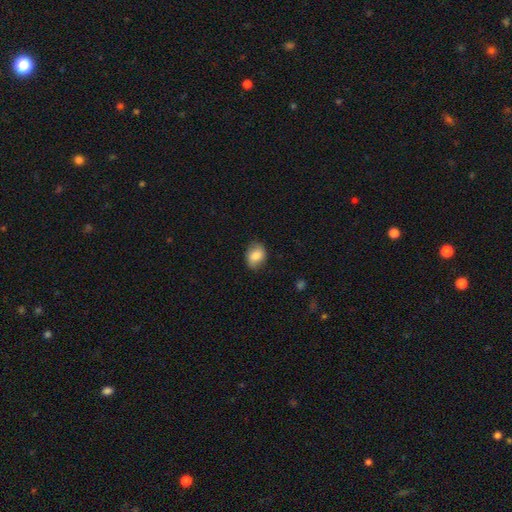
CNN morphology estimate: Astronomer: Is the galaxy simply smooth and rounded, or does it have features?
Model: smooth — 82%.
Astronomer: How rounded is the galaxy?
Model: in between — 64%.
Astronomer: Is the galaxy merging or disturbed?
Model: none — 78%.